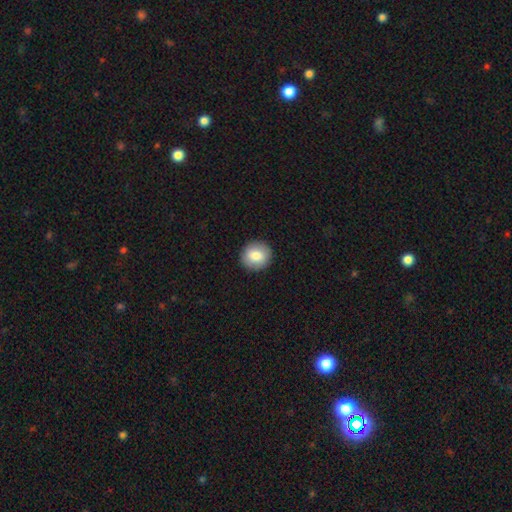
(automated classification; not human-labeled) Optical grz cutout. It shows a smooth galaxy with no disk features (80%) that is round (89%). Merging: none (92%).